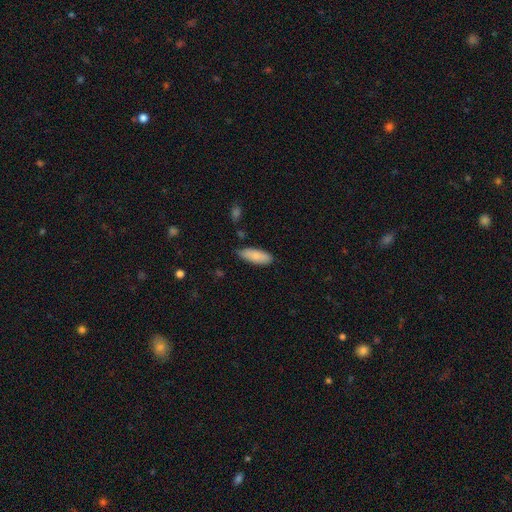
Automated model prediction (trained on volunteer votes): Smooth or featured? smooth (85%)
How rounded? in between (73%)
Merging? none (74%)